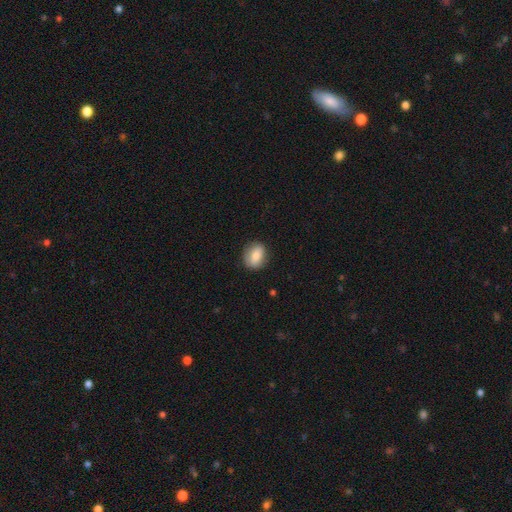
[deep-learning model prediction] Q: Smooth or featured?
A: smooth (80%); runner-up: featured or disk (12%)
Q: How rounded?
A: in between (61%); runner-up: round (38%)
Q: Merging?
A: none (81%); runner-up: minor disturbance (14%)